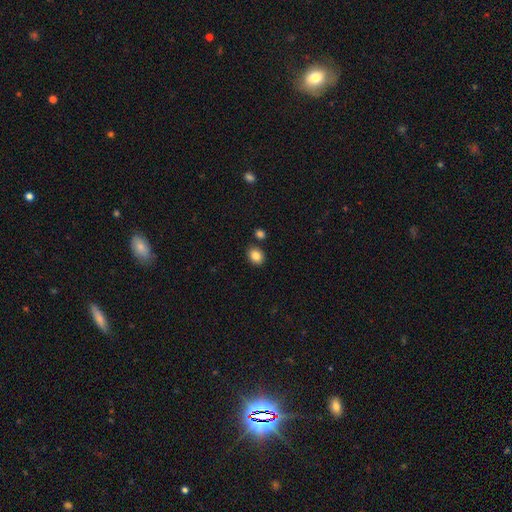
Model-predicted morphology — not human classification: type=smooth (85%); roundness=round (51%); merging=none (83%).